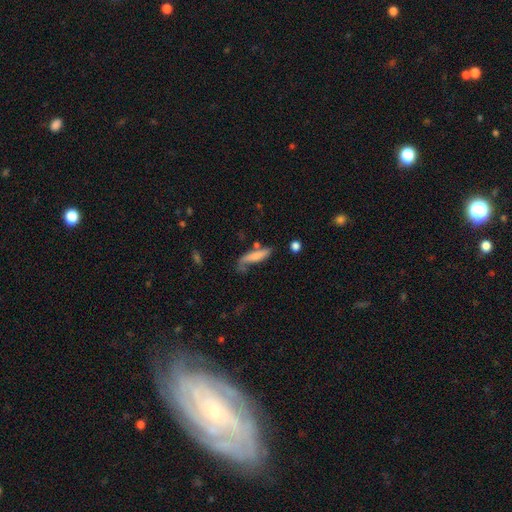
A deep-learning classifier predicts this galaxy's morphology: smooth 68%, featured or disk 25%, star or artifact 7%. Down the decision tree: how rounded — cigar-shaped (72%); merging — none (47%).